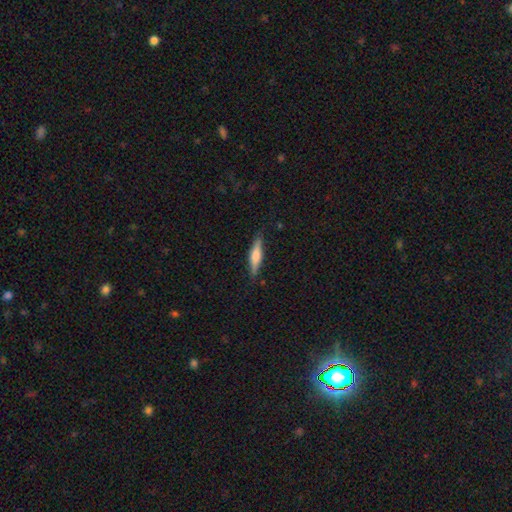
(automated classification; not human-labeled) This appears to be a smooth galaxy with no disk features (53%) that is cigar-shaped (79%). Merging: none (84%).